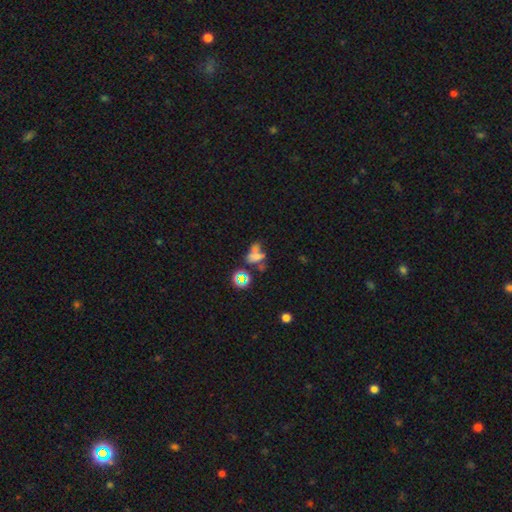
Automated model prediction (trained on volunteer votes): Smooth or featured? Predicted: smooth (p=0.43). Merging? Predicted: merger (p=0.38).